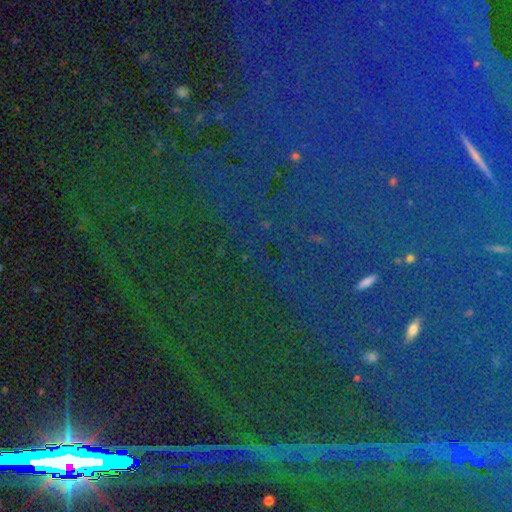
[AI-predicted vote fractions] smooth-or-featured: star or artifact: 84% | smooth: 9% | featured or disk: 7%